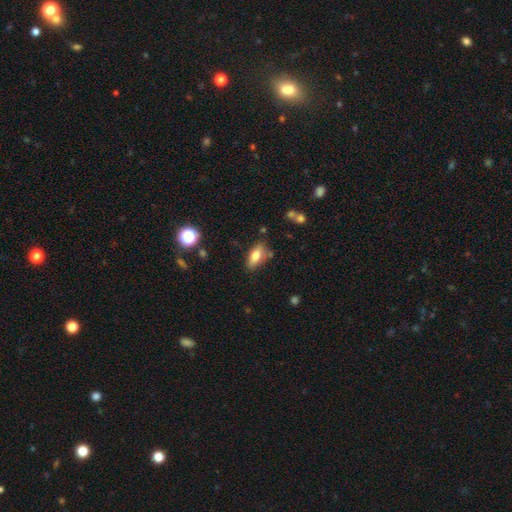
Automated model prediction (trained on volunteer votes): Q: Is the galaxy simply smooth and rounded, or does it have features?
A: smooth — 77%.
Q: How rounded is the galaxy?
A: in between — 85%.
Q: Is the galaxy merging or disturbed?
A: none — 73%.